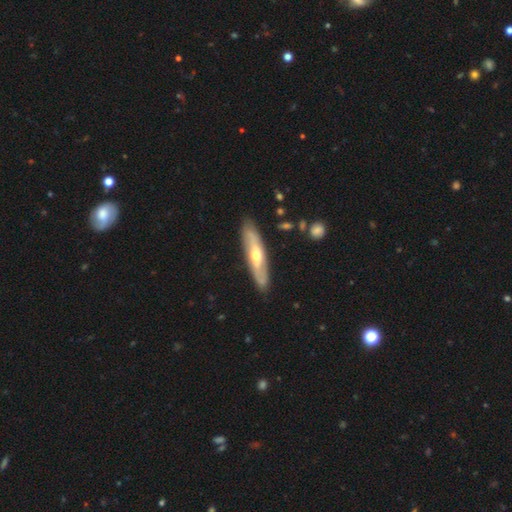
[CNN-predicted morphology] A featured or disk galaxy (62%) viewed edge-on (57%). Merging: none (85%).